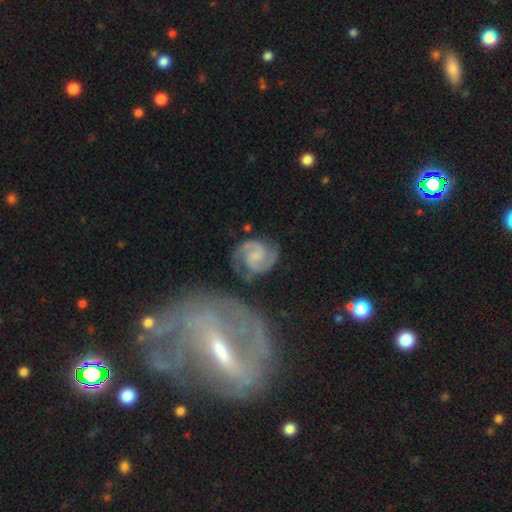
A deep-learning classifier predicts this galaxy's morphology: This appears to be a featured or disk galaxy (88%) with no bar (50%), 2 (91%) medium (51%) spiral arms (98%) and a small central bulge (49%). Merging: none (73%).